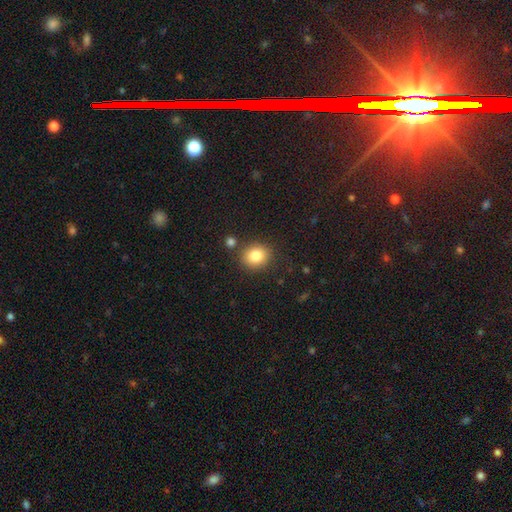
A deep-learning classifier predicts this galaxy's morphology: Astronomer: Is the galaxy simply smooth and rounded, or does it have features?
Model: smooth — 83%.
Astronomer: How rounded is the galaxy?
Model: round — 70%.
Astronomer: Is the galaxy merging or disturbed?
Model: none — 83%.